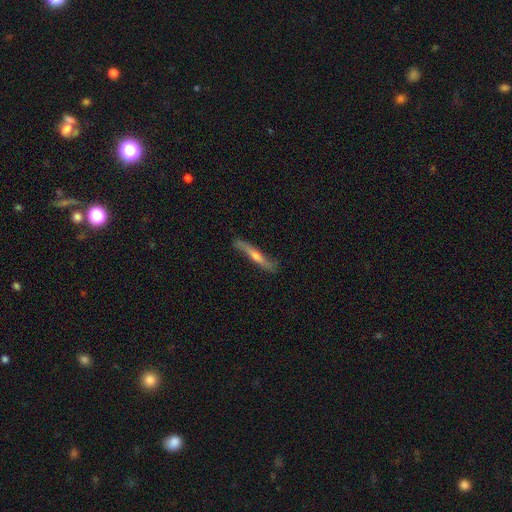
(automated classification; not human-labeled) smooth_or_featured: featured or disk (p=0.61) [alt: smooth p=0.33]
disk_edge_on: yes (p=0.81) [alt: no p=0.19]
merging: none (p=0.80) [alt: minor disturbance p=0.16]